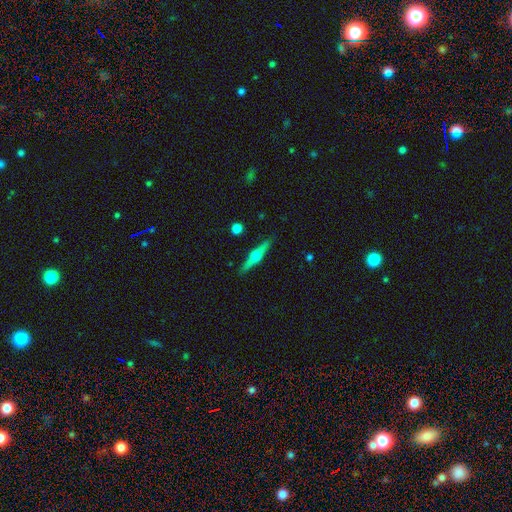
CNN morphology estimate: type=featured or disk (70%); edge-on=yes (97%); edge-on bulge=rounded (94%); merging=none (90%).